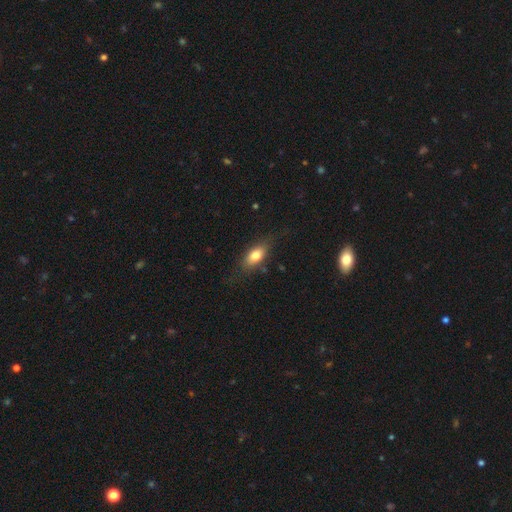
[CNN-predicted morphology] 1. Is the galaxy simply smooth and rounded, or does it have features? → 75% smooth, 18% featured or disk, 7% star or artifact.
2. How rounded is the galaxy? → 83% in between, 11% cigar-shaped, 6% round.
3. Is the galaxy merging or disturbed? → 75% none, 18% minor disturbance, 6% major disturbance, 2% merger.